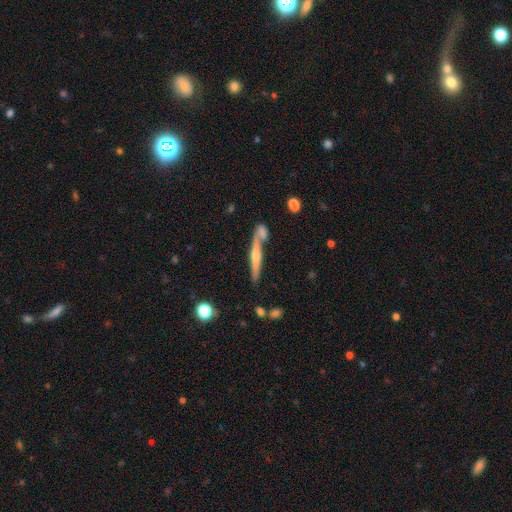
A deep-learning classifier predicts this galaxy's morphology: Overall: featured or disk (69%). Edge-on disk: yes (96%). Edge-on bulge: rounded (79%). Merging: none (68%).